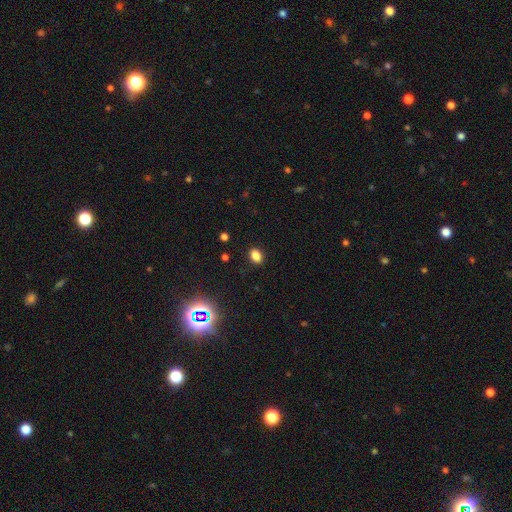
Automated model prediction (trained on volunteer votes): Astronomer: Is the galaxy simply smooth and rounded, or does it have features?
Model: smooth — 81%.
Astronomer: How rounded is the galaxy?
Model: in between — 77%.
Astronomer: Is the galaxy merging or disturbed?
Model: none — 88%.